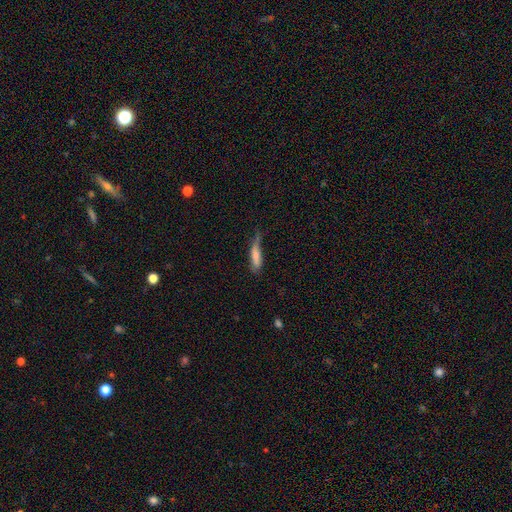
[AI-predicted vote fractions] A smooth galaxy with no disk features (73%) that is cigar-shaped (74%).

Vote fractions:
- Smooth or featured? smooth: 73% / featured or disk: 20% / star or artifact: 7%
- How rounded? cigar-shaped: 74% / in between: 24% / round: 2%
- Merging? minor disturbance: 40% / none: 36% / major disturbance: 20% / merger: 4%